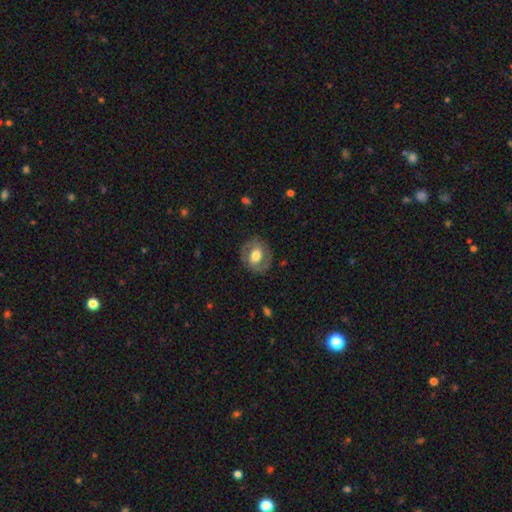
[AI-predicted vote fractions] This appears to be a featured or disk galaxy (48%). Merging: none (82%).